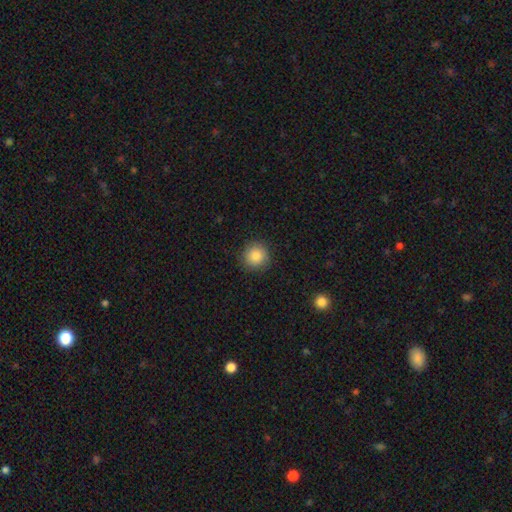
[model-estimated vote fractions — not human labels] Smooth or featured: smooth — 85% (star or artifact — 9%)
How rounded: round — 93% (in between — 6%)
Merging: none — 88% (minor disturbance — 9%)